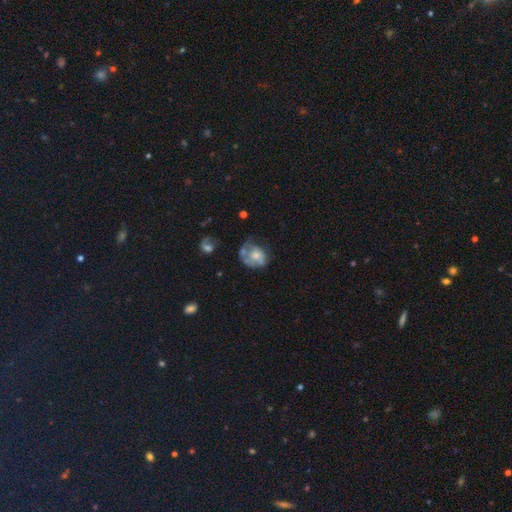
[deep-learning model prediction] smooth 46%, featured or disk 45%, star or artifact 9%. Down the decision tree: merging — none (34%).